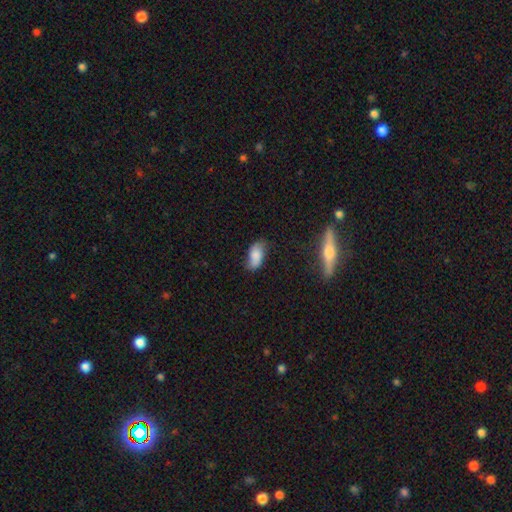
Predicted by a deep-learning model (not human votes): Q: Smooth or featured?
A: smooth (70%); runner-up: featured or disk (22%)
Q: How rounded?
A: in between (91%); runner-up: cigar-shaped (5%)
Q: Merging?
A: none (65%); runner-up: minor disturbance (27%)